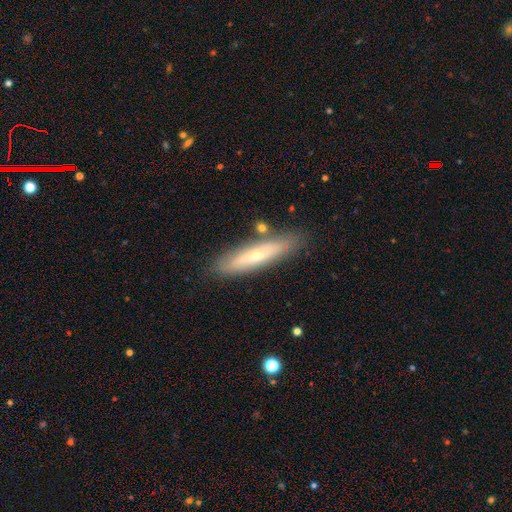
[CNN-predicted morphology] smooth 50%, featured or disk 43%, star or artifact 7%. Down the decision tree: how rounded — cigar-shaped (83%); merging — none (84%).